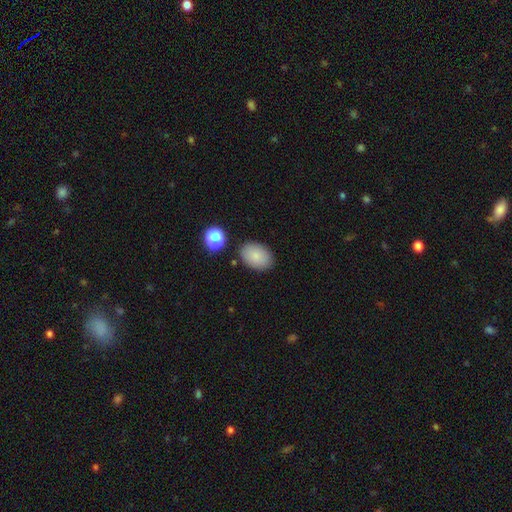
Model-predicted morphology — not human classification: A smooth galaxy with no disk features (85%) that is in between round and cigar-shaped (85%). Merging: none (84%).